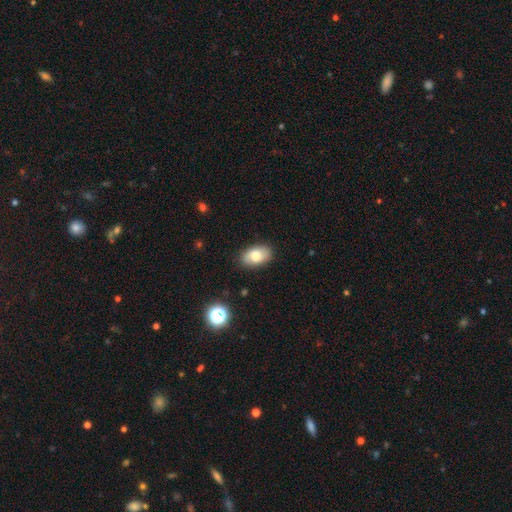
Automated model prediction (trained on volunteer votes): Morphology: type=smooth (74%); roundness=in between (91%); merging=none (85%).